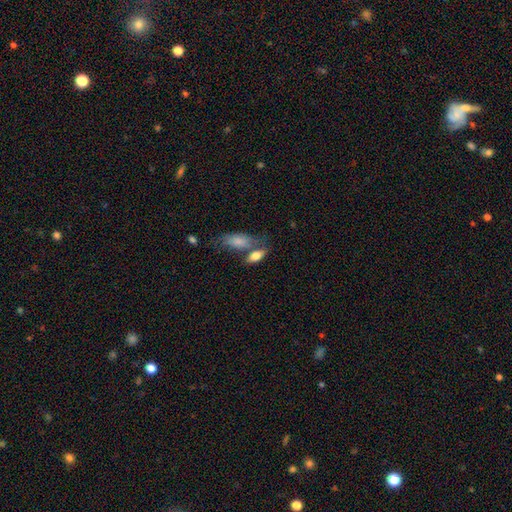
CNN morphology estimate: Smooth or featured? smooth (75%)
How rounded? in between (79%)
Merging? none (51%)